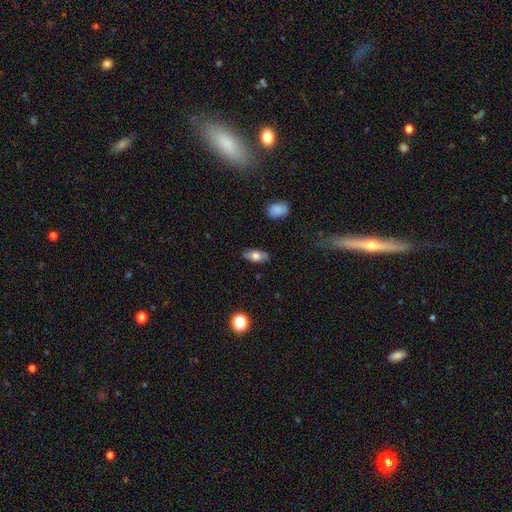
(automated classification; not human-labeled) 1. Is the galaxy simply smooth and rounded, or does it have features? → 71% smooth, 22% featured or disk, 7% star or artifact.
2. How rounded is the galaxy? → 89% in between, 7% cigar-shaped, 4% round.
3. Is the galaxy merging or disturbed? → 86% none, 11% minor disturbance, 2% major disturbance, 1% merger.